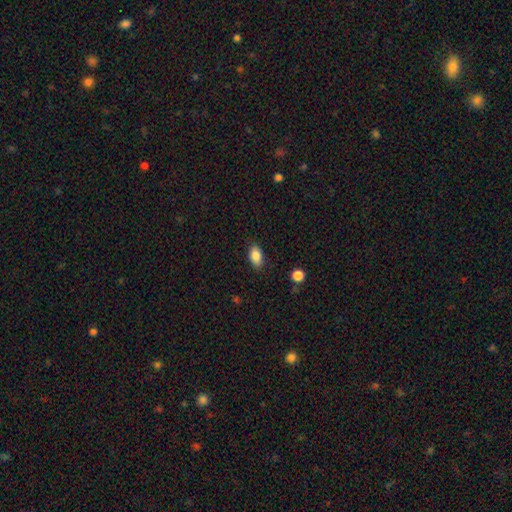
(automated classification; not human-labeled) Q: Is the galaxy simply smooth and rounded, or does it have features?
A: smooth — 86%.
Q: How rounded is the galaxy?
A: in between — 90%.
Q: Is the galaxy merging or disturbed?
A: none — 86%.